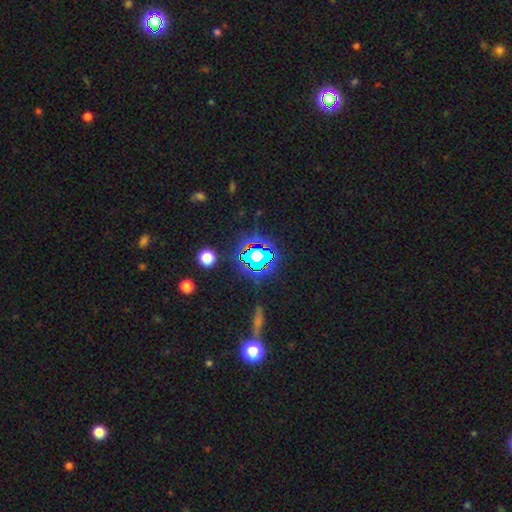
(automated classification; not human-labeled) Smooth or featured: star or artifact — 70% (smooth — 17%)